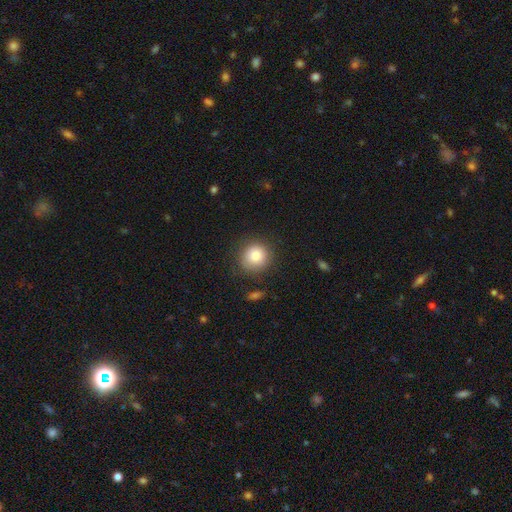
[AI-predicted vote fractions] Overall: smooth (82%). How rounded: round (90%). Merging: none (84%).